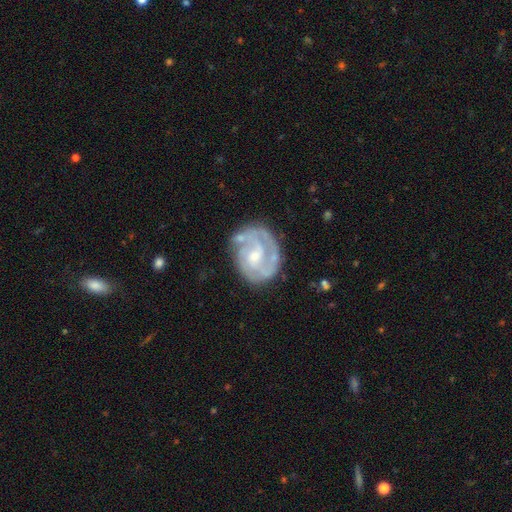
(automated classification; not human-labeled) A featured or disk galaxy (83%) with no bar (50%), 2 (47%) tight (57%) spiral arms (92%) and a small central bulge (52%).

Vote fractions:
- Smooth or featured? featured or disk: 83% / smooth: 12% / star or artifact: 5%
- Edge-on disk? no: 98% / yes: 2%
- Bar? no: 50% / weak: 41% / strong: 8%
- Spiral arms? yes: 92% / no: 8%
- Spiral winding? tight: 57% / medium: 34% / loose: 9%
- Spiral arm count? 2: 47% / can't tell: 22% / 3: 18% / 1: 7% / 4: 3% / more than 4: 3%
- Bulge size? small: 52% / moderate: 42% / none: 3% / large: 2% / dominant: 1%
- Merging? none: 66% / minor disturbance: 21% / major disturbance: 9% / merger: 4%